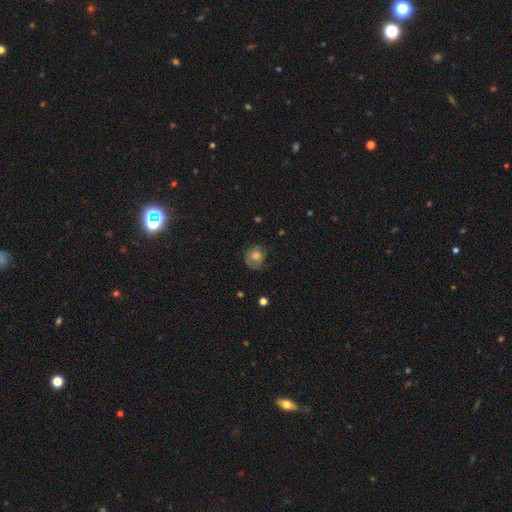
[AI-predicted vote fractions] Smooth or featured?
  - smooth: 66% *
  - featured or disk: 22%
  - star or artifact: 12%
How rounded?
  - round: 78% *
  - in between: 21%
  - cigar-shaped: 1%
Merging?
  - none: 60% *
  - minor disturbance: 26%
  - major disturbance: 13%
  - merger: 2%